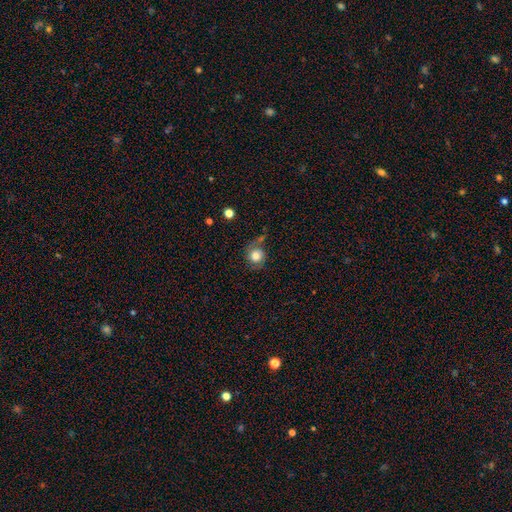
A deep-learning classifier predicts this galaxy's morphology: Q: Smooth or featured?
A: smooth (63%); runner-up: featured or disk (28%)
Q: How rounded?
A: round (82%); runner-up: in between (17%)
Q: Merging?
A: none (52%); runner-up: minor disturbance (23%)